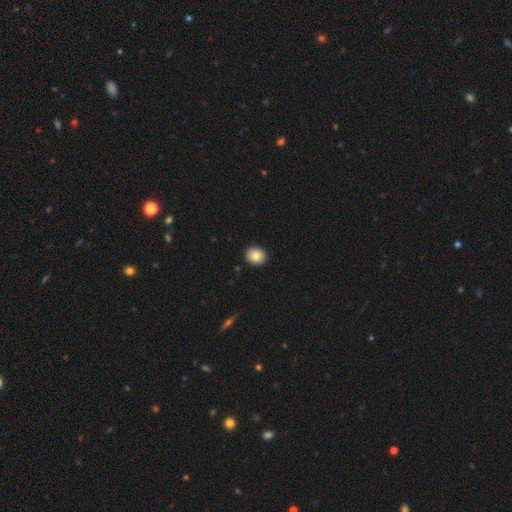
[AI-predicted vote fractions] Smooth or featured? smooth (84%)
How rounded? round (62%)
Merging? none (91%)